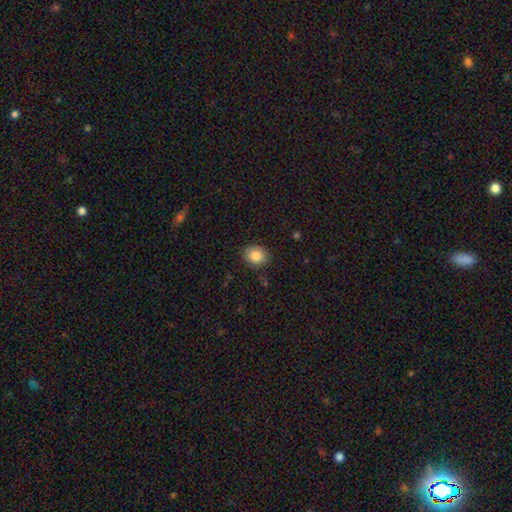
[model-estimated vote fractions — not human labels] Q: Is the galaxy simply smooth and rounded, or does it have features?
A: smooth — 84%.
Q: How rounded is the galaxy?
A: round — 50%.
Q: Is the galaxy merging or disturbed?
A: none — 86%.